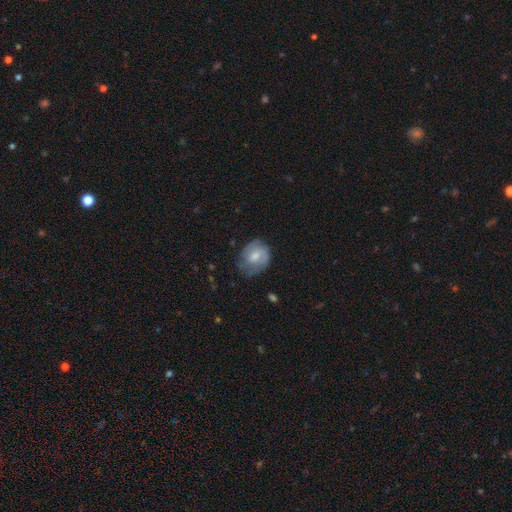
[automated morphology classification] Q: Smooth or featured?
A: smooth (52%); runner-up: featured or disk (41%)
Q: How rounded?
A: round (56%); runner-up: in between (43%)
Q: Merging?
A: none (57%); runner-up: minor disturbance (30%)